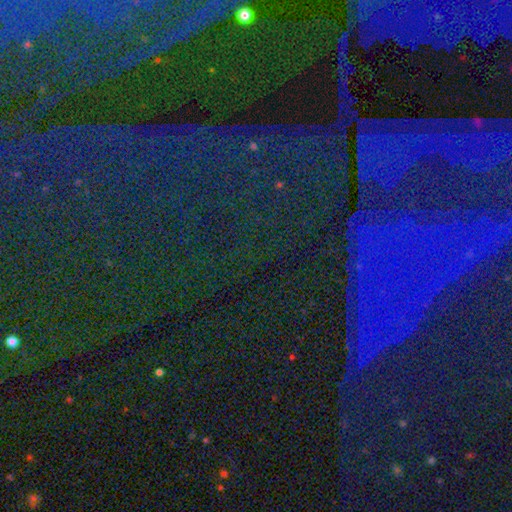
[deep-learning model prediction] This appears to be a star or artifact, not a galaxy (83%).